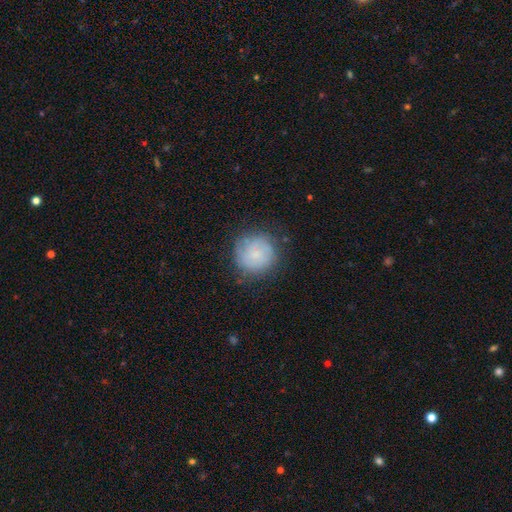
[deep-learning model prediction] Morphology: type=smooth (64%); roundness=round (92%); merging=none (77%).